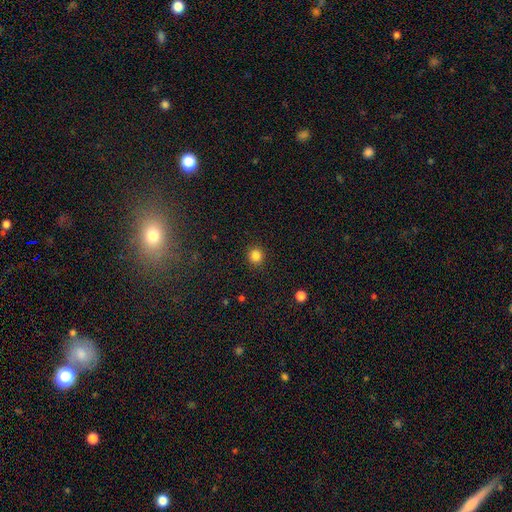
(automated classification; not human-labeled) smooth_or_featured: smooth (p=0.84) [alt: star or artifact p=0.12]
how_rounded: round (p=0.89) [alt: in between p=0.10]
merging: none (p=0.91) [alt: minor disturbance p=0.06]